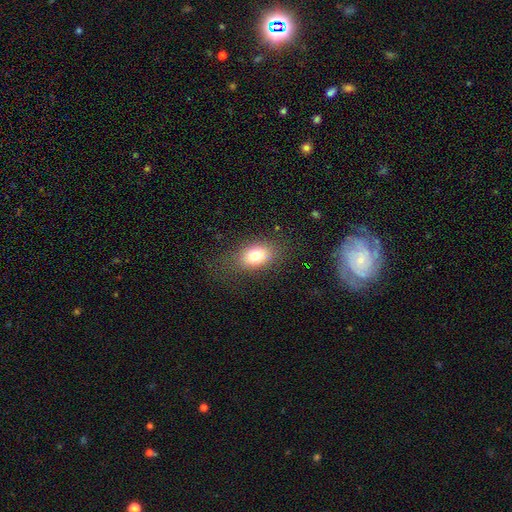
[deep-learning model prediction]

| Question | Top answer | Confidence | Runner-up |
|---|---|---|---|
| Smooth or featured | smooth | 75% | featured or disk (13%) |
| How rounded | in between | 75% | round (23%) |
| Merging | none | 74% | minor disturbance (15%) |